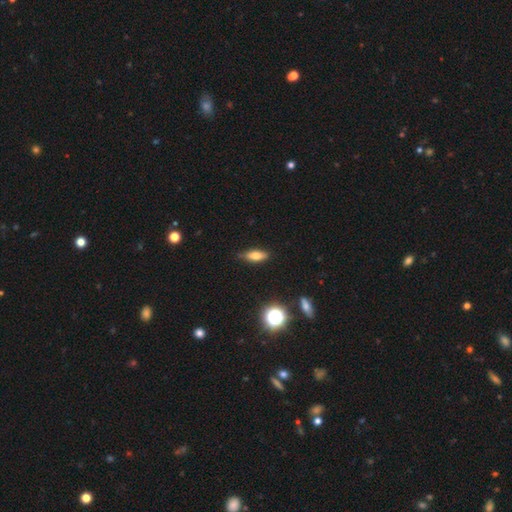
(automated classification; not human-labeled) A smooth galaxy with no disk features (67%) that is in between round and cigar-shaped (66%). Merging: none (82%).